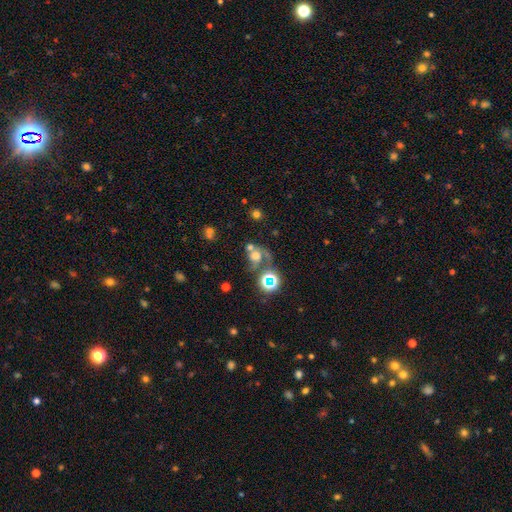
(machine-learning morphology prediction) The model was most divided on "merging": merger: 35%, none: 30%, major disturbance: 22%, minor disturbance: 13%. Remaining: smooth or featured — smooth (42%).